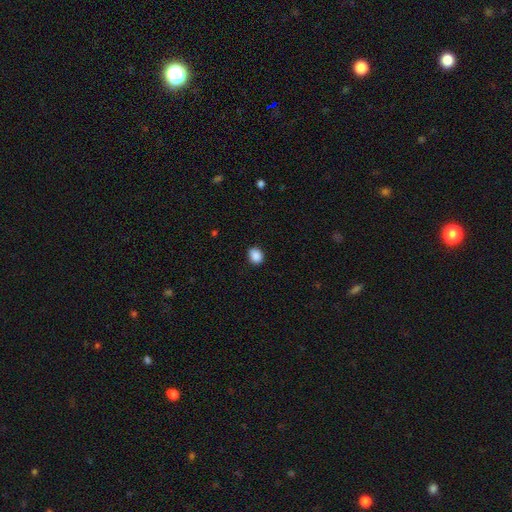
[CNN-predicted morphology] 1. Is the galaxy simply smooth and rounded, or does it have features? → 89% smooth, 8% star or artifact, 3% featured or disk.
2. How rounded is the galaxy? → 53% round, 46% in between, 1% cigar-shaped.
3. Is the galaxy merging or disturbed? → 87% none, 10% minor disturbance, 2% major disturbance, 1% merger.